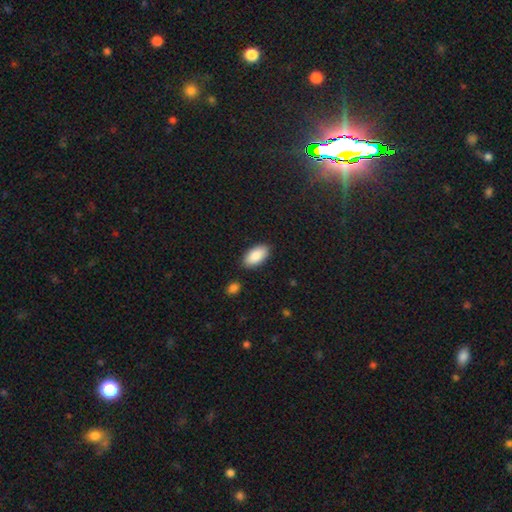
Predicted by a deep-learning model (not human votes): A smooth galaxy with no disk features (89%) that is in between round and cigar-shaped (94%). Merging: none (86%).